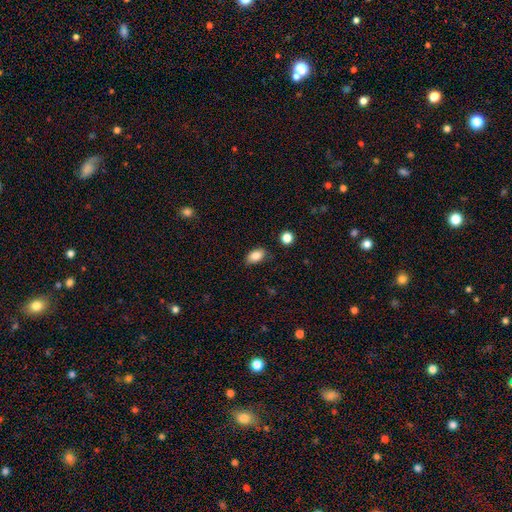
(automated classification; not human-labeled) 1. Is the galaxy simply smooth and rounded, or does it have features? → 85% smooth, 8% star or artifact, 6% featured or disk.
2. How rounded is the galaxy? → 88% in between, 9% round, 2% cigar-shaped.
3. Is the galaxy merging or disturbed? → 78% none, 17% minor disturbance, 3% major disturbance, 2% merger.